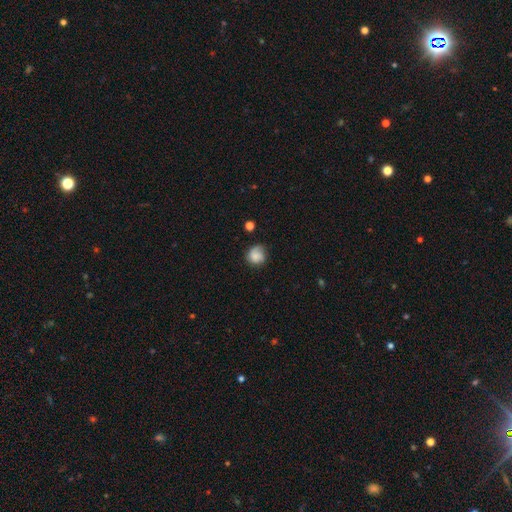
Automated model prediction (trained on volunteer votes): A smooth galaxy with no disk features (71%) that is round (78%).

Vote fractions:
- Smooth or featured? smooth: 71% / featured or disk: 19% / star or artifact: 9%
- How rounded? round: 78% / in between: 21% / cigar-shaped: 1%
- Merging? none: 58% / minor disturbance: 28% / major disturbance: 11% / merger: 3%